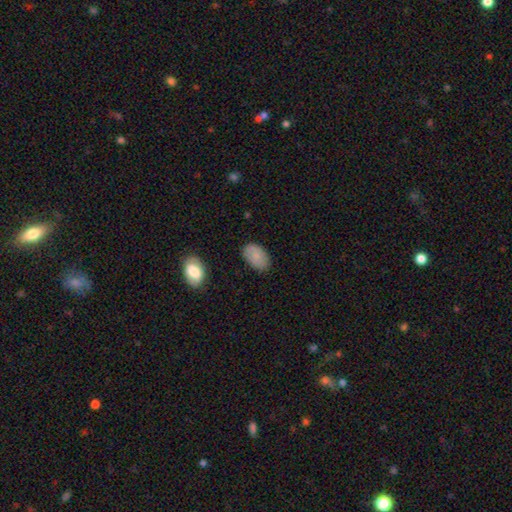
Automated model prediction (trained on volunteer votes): smooth_or_featured: smooth (p=0.83) [alt: featured or disk p=0.10]
how_rounded: in between (p=0.91) [alt: round p=0.08]
merging: none (p=0.80) [alt: minor disturbance p=0.15]